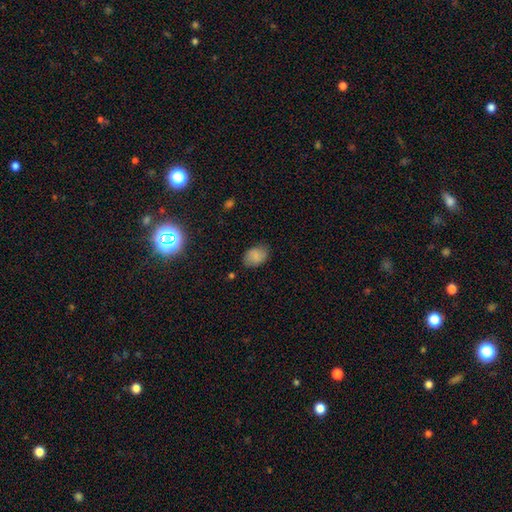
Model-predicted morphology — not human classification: type=smooth (79%); roundness=in between (79%); merging=none (78%).